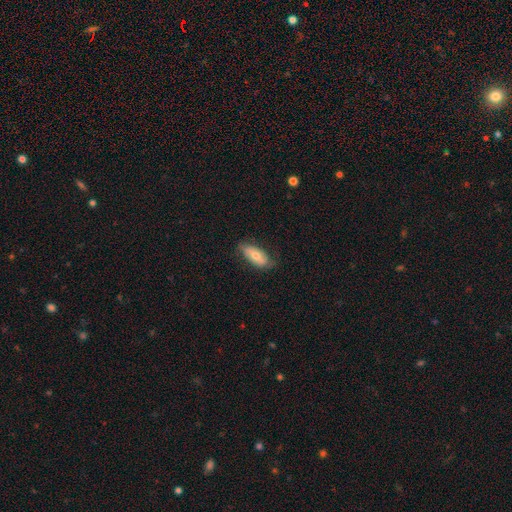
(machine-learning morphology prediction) A smooth galaxy with no disk features (62%) that is in between round and cigar-shaped (85%). Merging: none (71%).